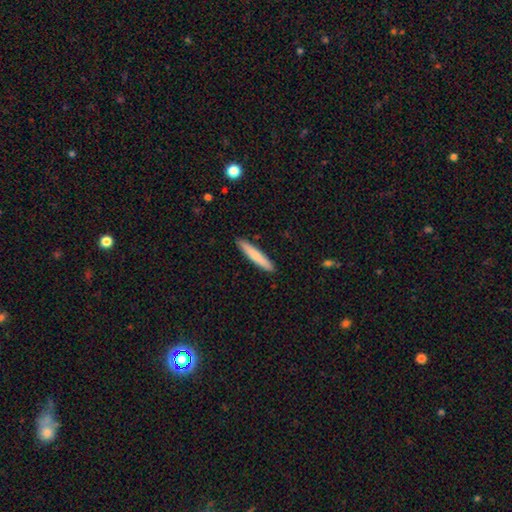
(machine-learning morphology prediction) smooth_or_featured: smooth (p=0.77) [alt: featured or disk p=0.18]
how_rounded: cigar-shaped (p=0.93) [alt: in between p=0.05]
merging: none (p=0.91) [alt: minor disturbance p=0.06]